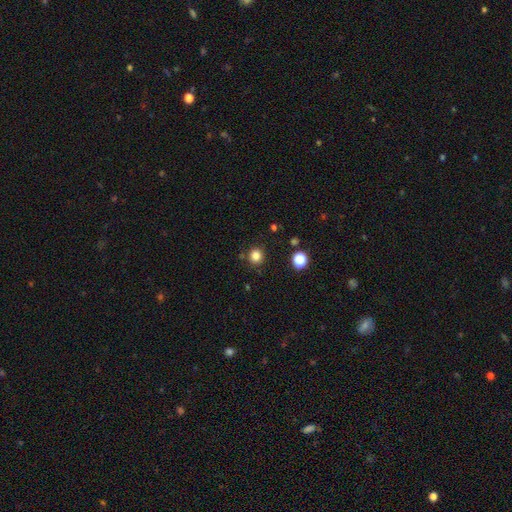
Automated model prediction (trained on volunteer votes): smooth 83%, star or artifact 13%, featured or disk 4%. Down the decision tree: how rounded — round (91%); merging — none (87%).